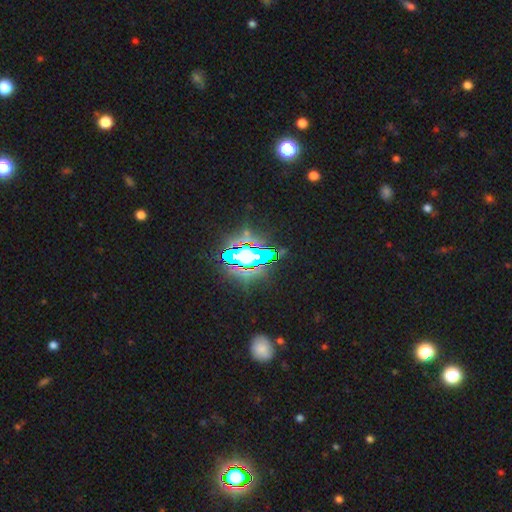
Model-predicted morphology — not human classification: Smooth or featured? Predicted: star or artifact (p=0.82).